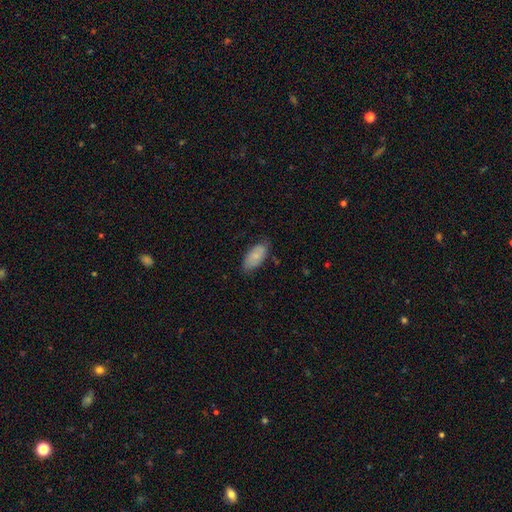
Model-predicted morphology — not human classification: This appears to be a smooth galaxy with no disk features (76%) that is in between round and cigar-shaped (92%). Merging: none (74%).